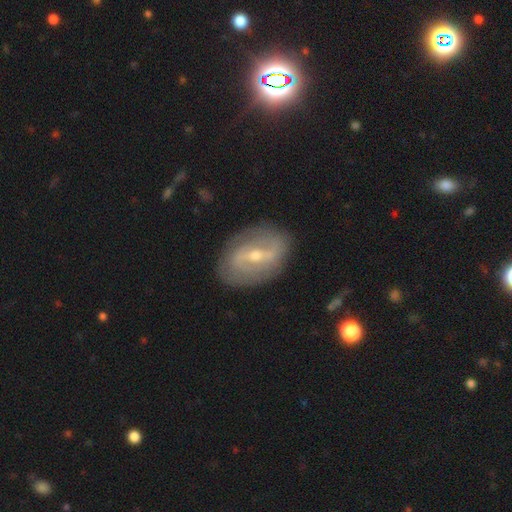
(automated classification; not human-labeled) Smooth or featured? featured or disk (79%)
Edge-on disk? no (93%)
Bar? strong (52%)
Spiral arms? yes (74%)
Spiral winding? tight (37%)
Spiral arm count? 2 (72%)
Bulge size? moderate (49%)
Merging? none (82%)